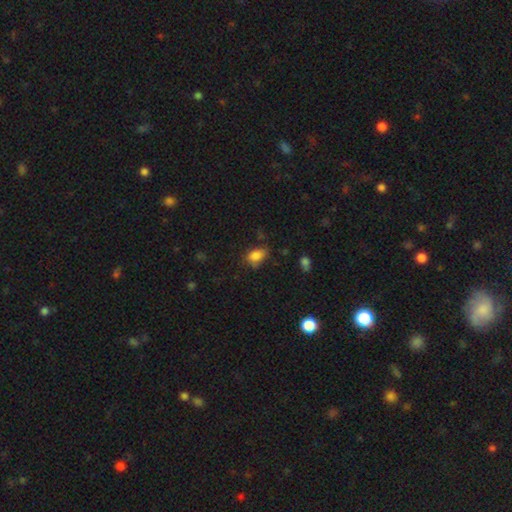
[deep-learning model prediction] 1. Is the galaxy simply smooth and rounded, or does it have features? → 83% smooth, 10% star or artifact, 7% featured or disk.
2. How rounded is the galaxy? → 82% in between, 16% round, 2% cigar-shaped.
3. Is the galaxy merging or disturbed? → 61% none, 27% minor disturbance, 9% major disturbance, 3% merger.